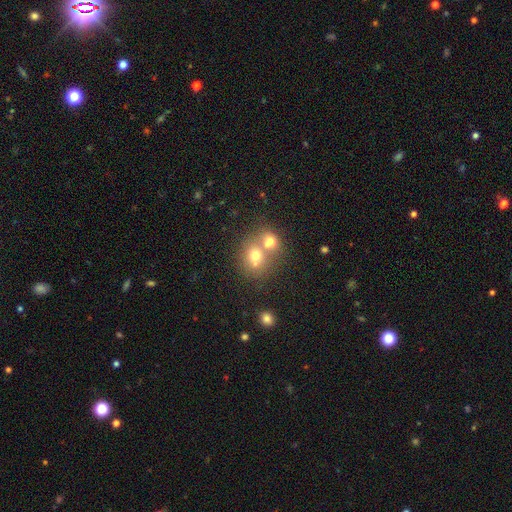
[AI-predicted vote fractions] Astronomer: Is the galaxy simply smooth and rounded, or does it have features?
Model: smooth — 68%.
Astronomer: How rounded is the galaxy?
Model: round — 69%.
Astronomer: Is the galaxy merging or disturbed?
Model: merger — 57% (runner-up: none, 33%).